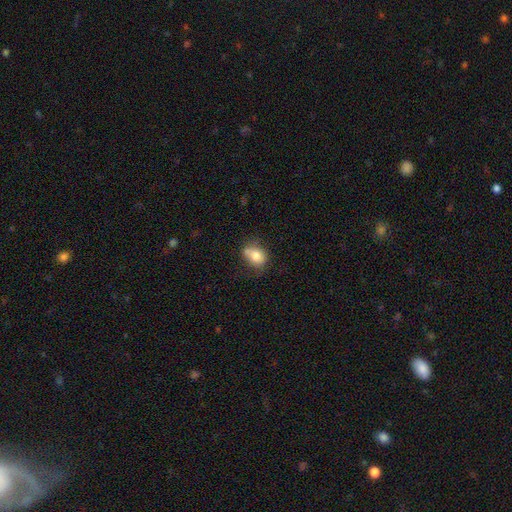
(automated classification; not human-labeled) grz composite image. It shows a smooth galaxy with no disk features (77%) that is in between round and cigar-shaped (52%). Merging: none (50%).